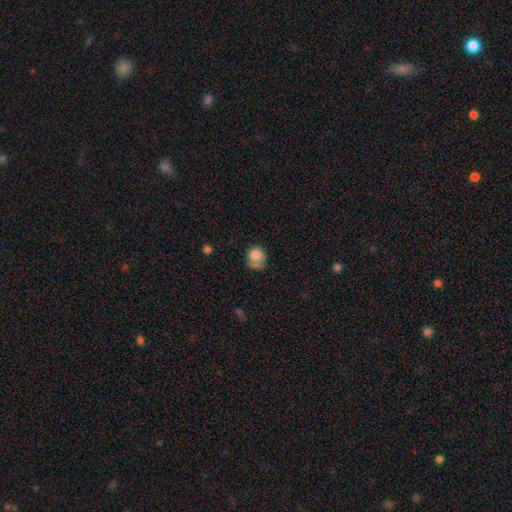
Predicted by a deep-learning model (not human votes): Morphology: type=smooth (79%); roundness=round (74%); merging=none (43%).